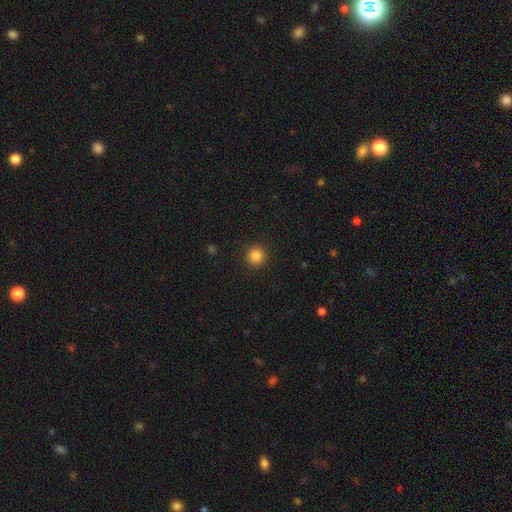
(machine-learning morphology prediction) Overall: smooth (85%). How rounded: round (94%). Merging: none (92%).